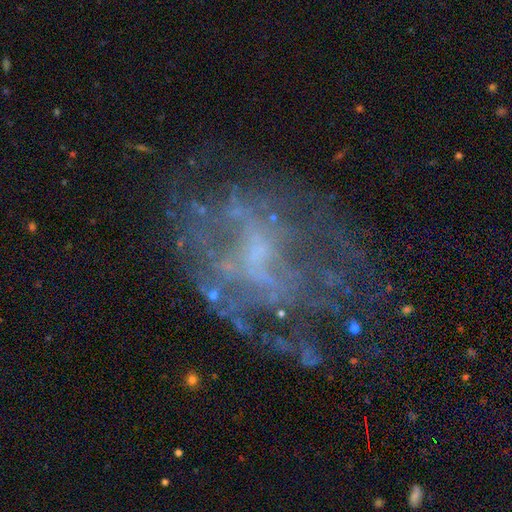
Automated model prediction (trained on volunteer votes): This appears to be a featured or disk galaxy (72%) with no bar (62%), no spiral arms (54%) and a small central bulge (46%). Merging: none (54%).